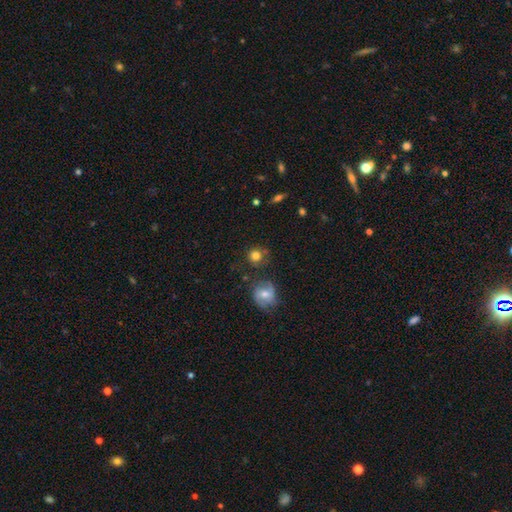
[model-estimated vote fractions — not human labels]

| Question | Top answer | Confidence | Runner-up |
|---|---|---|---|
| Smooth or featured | smooth | 79% | star or artifact (11%) |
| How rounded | round | 88% | in between (10%) |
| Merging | none | 74% | minor disturbance (15%) |